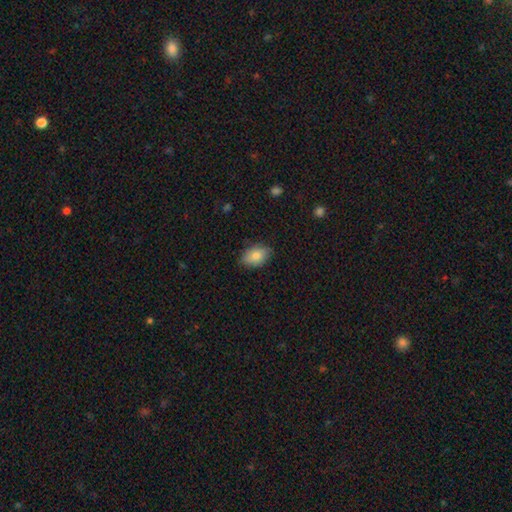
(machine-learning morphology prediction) This appears to be a smooth galaxy with no disk features (82%) that is in between round and cigar-shaped (88%). Merging: none (82%).